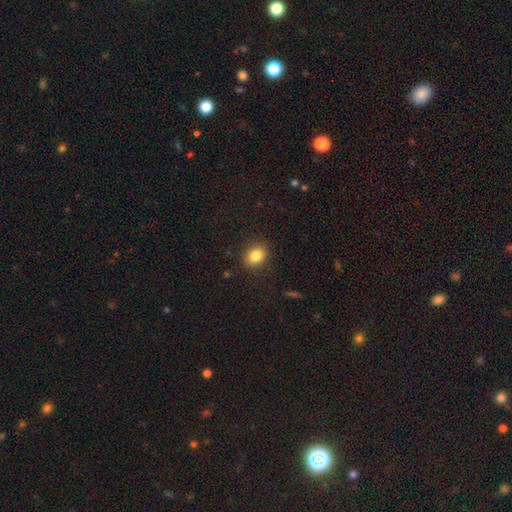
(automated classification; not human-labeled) Smooth or featured: smooth — 84% (star or artifact — 10%)
How rounded: in between — 56% (round — 43%)
Merging: none — 88% (minor disturbance — 8%)